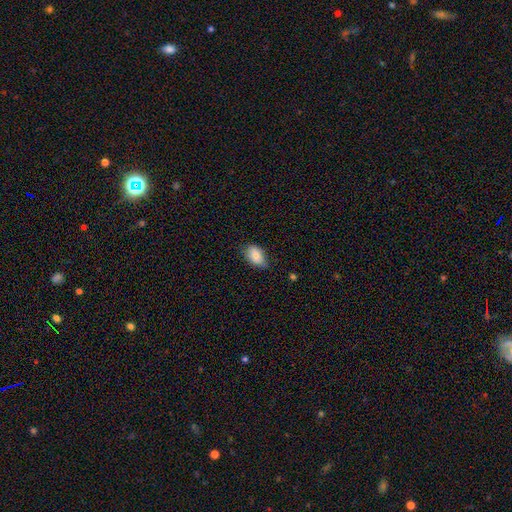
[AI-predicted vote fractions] The model was most divided on "merging": none: 71%, minor disturbance: 24%, major disturbance: 4%, merger: 1%. More confident: how rounded — in between (86%); smooth or featured — smooth (80%).